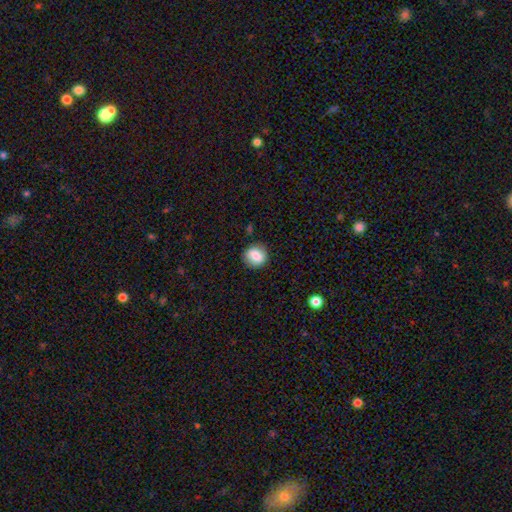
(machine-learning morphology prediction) This is clearly a smooth galaxy (82%). How rounded: clearly round (83%). Merging: clearly none (86%).